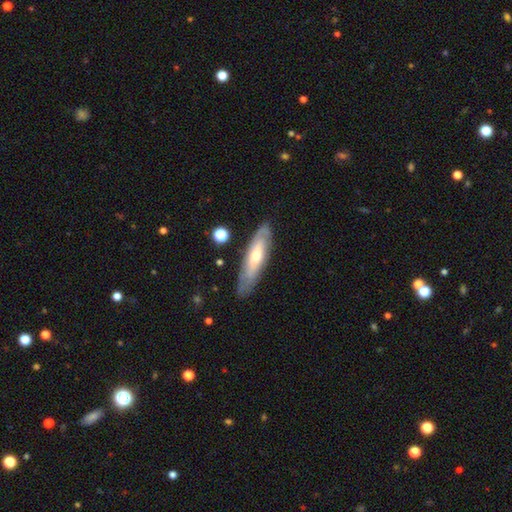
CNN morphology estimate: This appears to be a featured or disk galaxy (53%). Merging: none (77%).